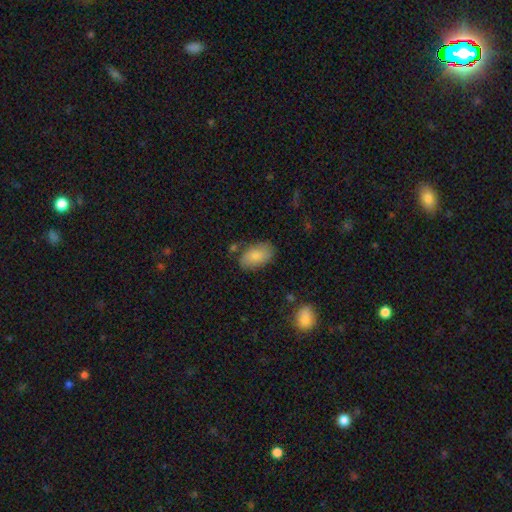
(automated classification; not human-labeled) Smooth or featured? smooth (78%)
How rounded? in between (93%)
Merging? none (72%)